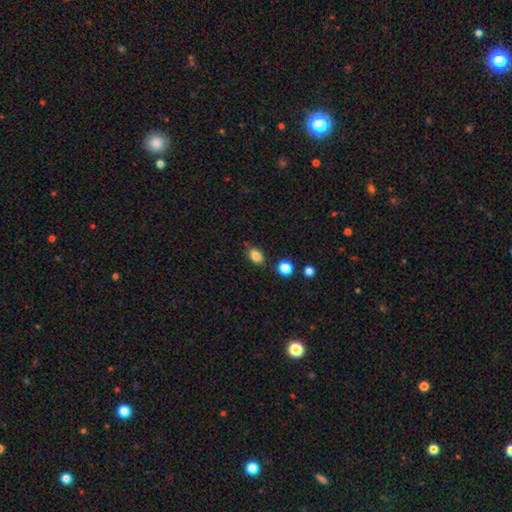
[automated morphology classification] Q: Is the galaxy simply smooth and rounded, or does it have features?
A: smooth — 84%.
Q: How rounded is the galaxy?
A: in between — 78%.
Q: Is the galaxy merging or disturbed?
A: none — 79%.